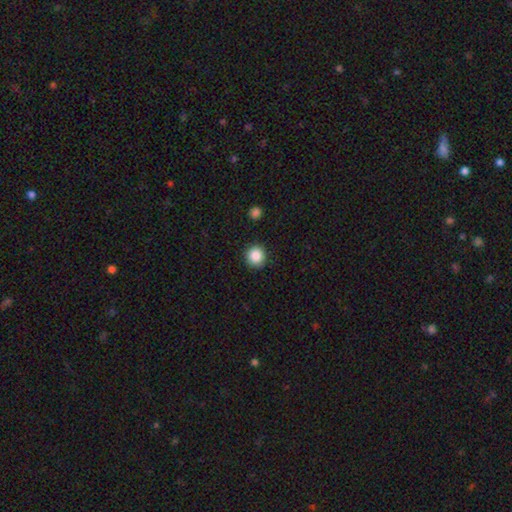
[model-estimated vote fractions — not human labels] This appears to be a smooth galaxy with no disk features (87%) that is round (94%). Merging: none (91%).